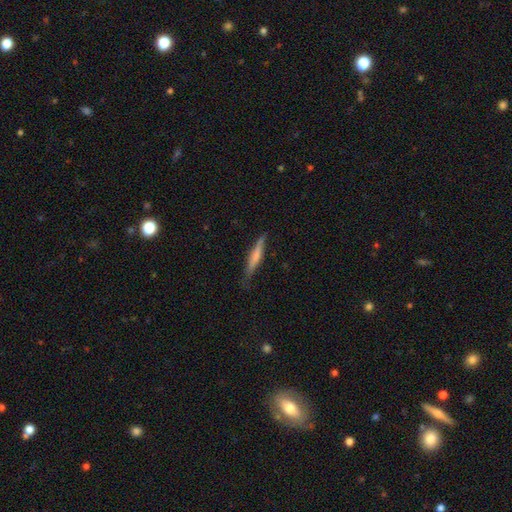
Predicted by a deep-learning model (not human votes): A smooth galaxy with no disk features (53%) that is cigar-shaped (91%). Merging: none (78%).